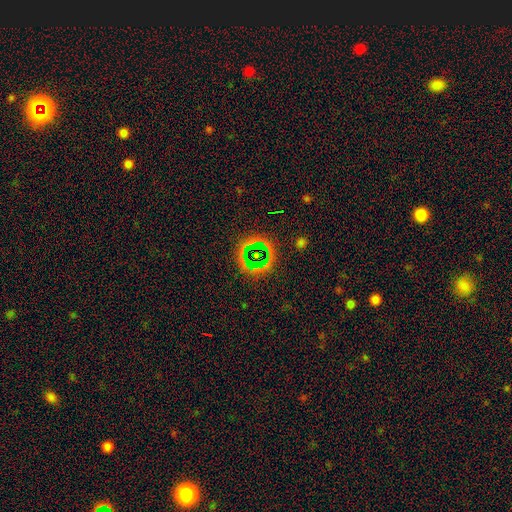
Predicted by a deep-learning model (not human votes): A star or artifact, not a galaxy (70%).